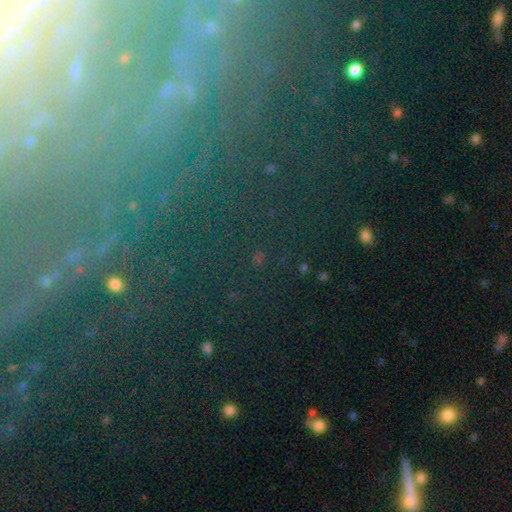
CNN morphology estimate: type=star or artifact (42%).